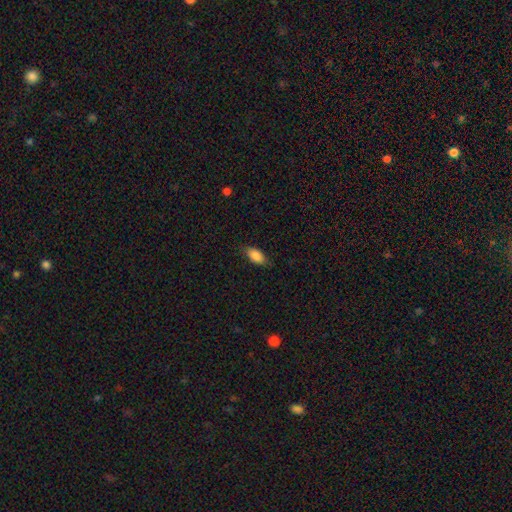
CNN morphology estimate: Q: Smooth or featured?
A: smooth (86%); runner-up: featured or disk (7%)
Q: How rounded?
A: in between (89%); runner-up: cigar-shaped (7%)
Q: Merging?
A: none (80%); runner-up: minor disturbance (16%)